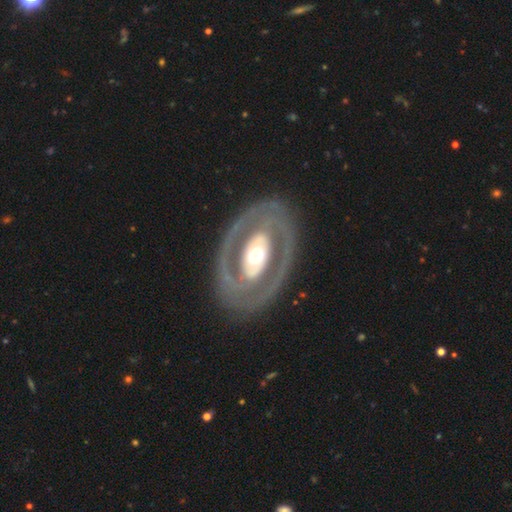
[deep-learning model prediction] smooth_or_featured: featured or disk (p=0.78) [alt: smooth p=0.18]
disk_edge_on: no (p=0.93) [alt: yes p=0.07]
bar: no (p=0.64) [alt: weak p=0.18]
has_spiral_arms: no (p=0.56) [alt: yes p=0.44]
bulge_size: moderate (p=0.62) [alt: large p=0.28]
merging: none (p=0.81) [alt: minor disturbance p=0.11]